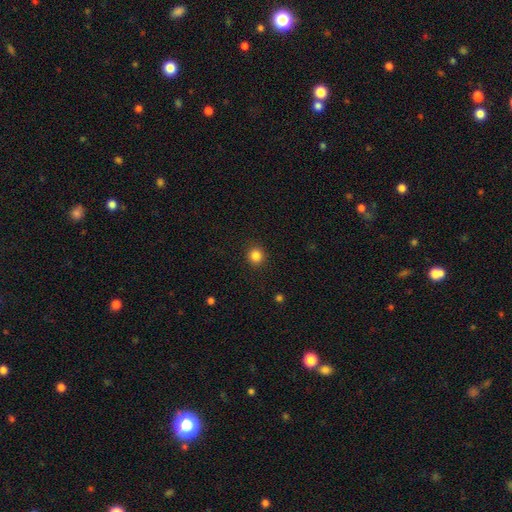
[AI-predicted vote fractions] Morphology: type=smooth (85%); roundness=round (91%); merging=none (91%).